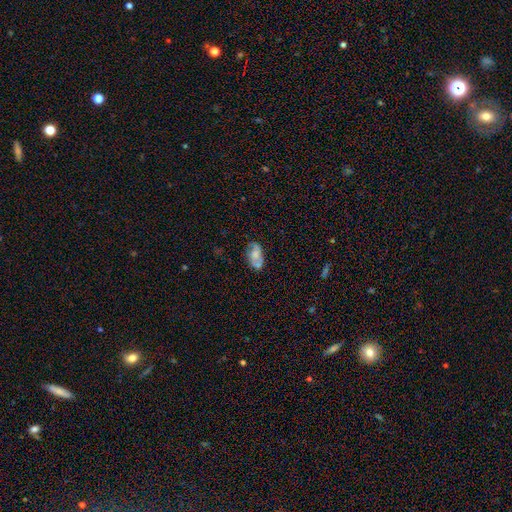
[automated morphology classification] smooth_or_featured: smooth (p=0.47) [alt: featured or disk p=0.44]
merging: none (p=0.54) [alt: minor disturbance p=0.25]